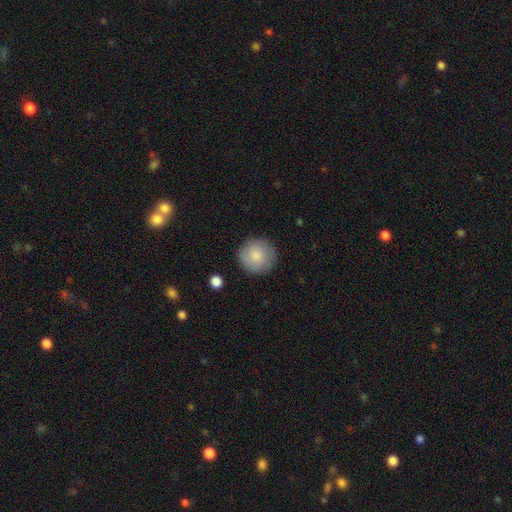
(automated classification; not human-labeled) Smooth or featured: smooth — 83% (featured or disk — 10%)
How rounded: round — 95% (in between — 4%)
Merging: none — 87% (minor disturbance — 9%)